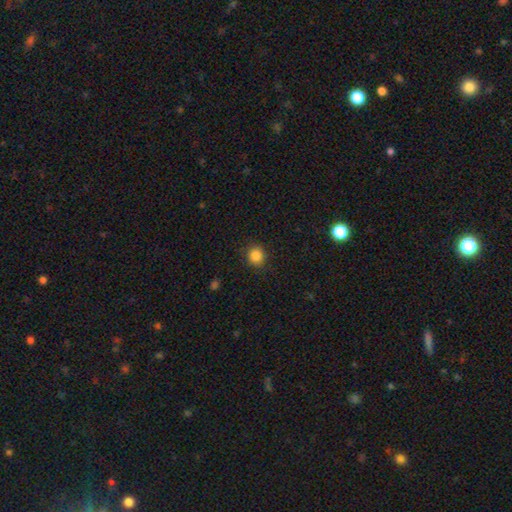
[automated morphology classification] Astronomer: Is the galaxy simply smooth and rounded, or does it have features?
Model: smooth — 85%.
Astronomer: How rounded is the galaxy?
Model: round — 86%.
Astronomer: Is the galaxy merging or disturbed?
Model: none — 89%.